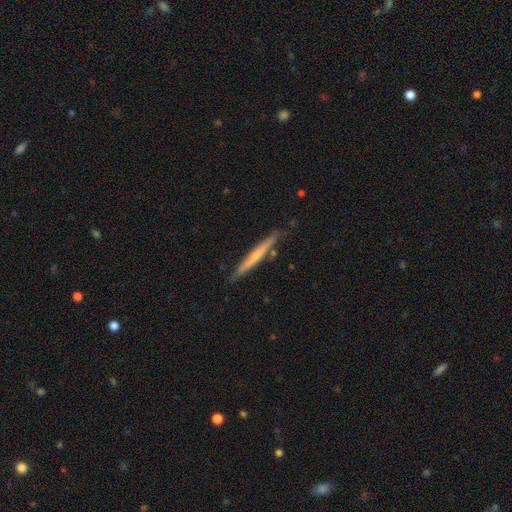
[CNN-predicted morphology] type=featured or disk (51%); edge-on=yes (96%); merging=none (83%).